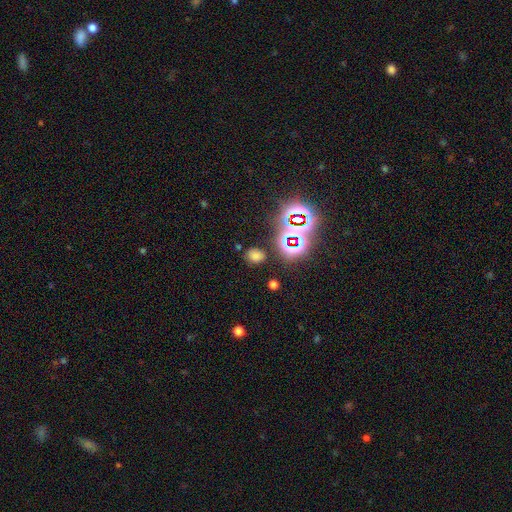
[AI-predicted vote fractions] This appears to be a smooth galaxy with no disk features (60%) that is in between round and cigar-shaped (59%). Merging: none (81%).